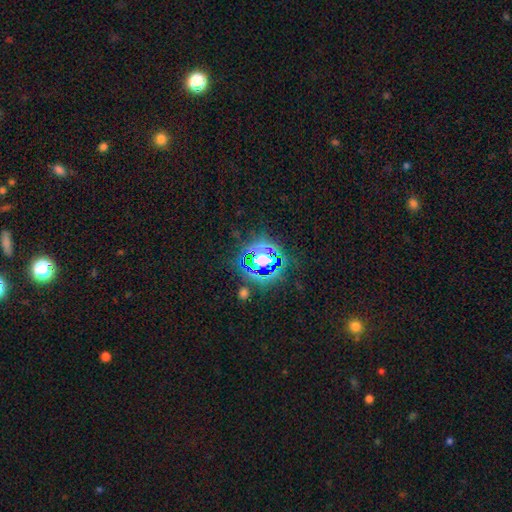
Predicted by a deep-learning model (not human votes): Smooth or featured? star or artifact (77%)